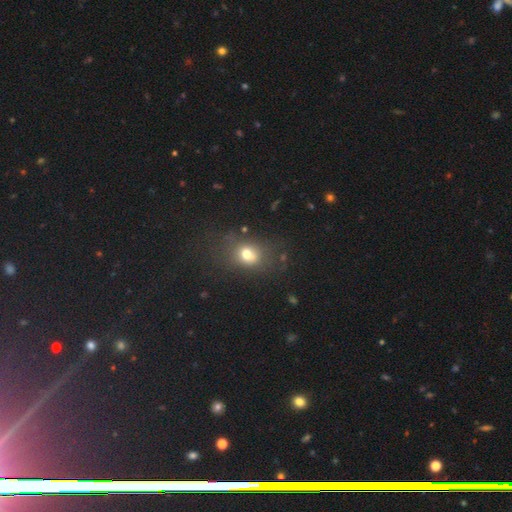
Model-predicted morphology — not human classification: smooth 58%, star or artifact 34%, featured or disk 9%. Down the decision tree: how rounded — round (50%); merging — none (82%).